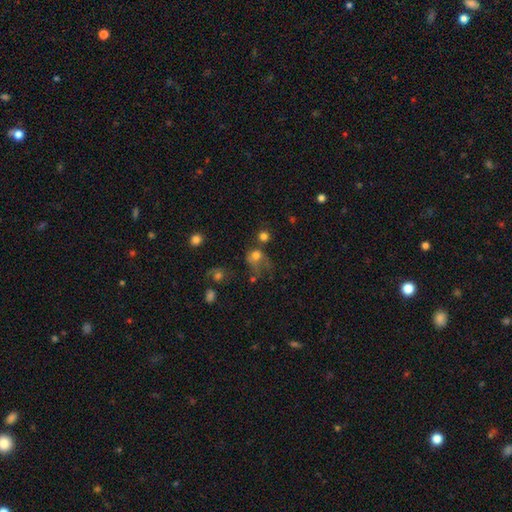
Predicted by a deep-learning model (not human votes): Overall: smooth (68%). How rounded: round (72%). Merging: none (32%; major disturbance 30%).